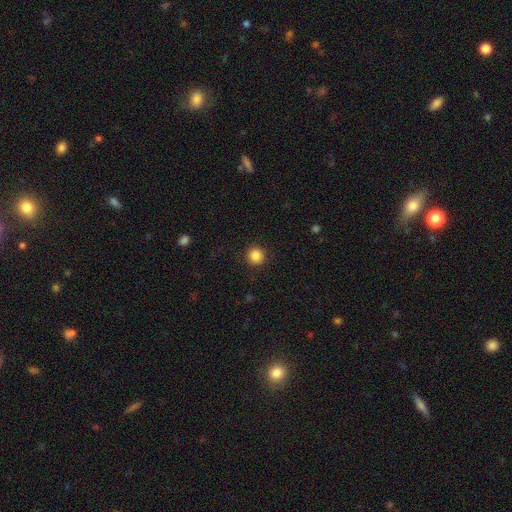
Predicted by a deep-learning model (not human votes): smooth-or-featured: smooth: 86% | star or artifact: 11% | featured or disk: 4%
  how-rounded: round: 95% | in between: 4% | cigar-shaped: 1%
  merging: none: 92% | minor disturbance: 5% | major disturbance: 2% | merger: 1%